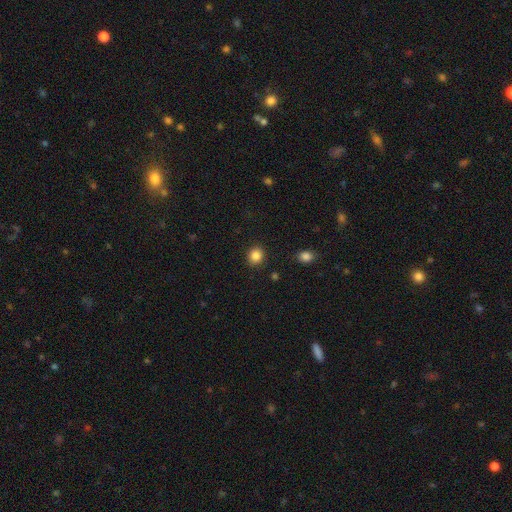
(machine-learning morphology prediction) smooth 86%, star or artifact 10%, featured or disk 4%. Down the decision tree: how rounded — round (81%); merging — none (90%).